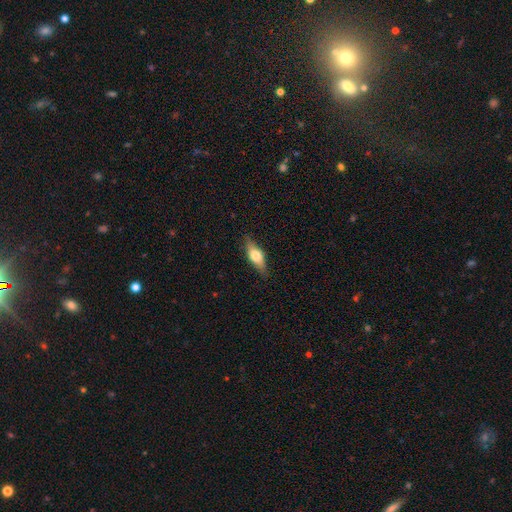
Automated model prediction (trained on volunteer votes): Smooth or featured?
  - smooth: 55% *
  - featured or disk: 38%
  - star or artifact: 7%
How rounded?
  - in between: 64% *
  - cigar-shaped: 32%
  - round: 4%
Merging?
  - none: 82% *
  - minor disturbance: 14%
  - major disturbance: 3%
  - merger: 1%